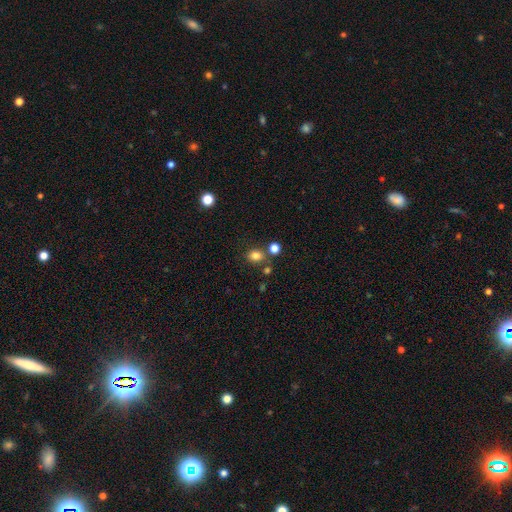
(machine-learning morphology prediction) Smooth or featured: smooth — 80% (star or artifact — 14%)
How rounded: round — 59% (in between — 40%)
Merging: none — 74% (merger — 12%)